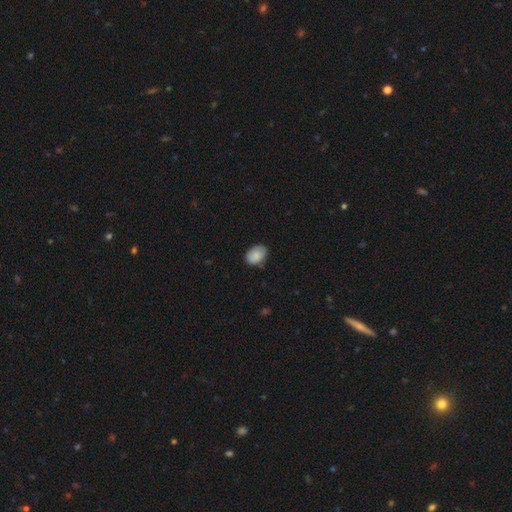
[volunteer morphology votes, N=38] Q: Smooth or featured?
A: smooth (87%); runner-up: star or artifact (8%)
Q: How rounded?
A: in between (82%); runner-up: round (18%)
Q: Merging?
A: none (80%); runner-up: minor disturbance (17%)